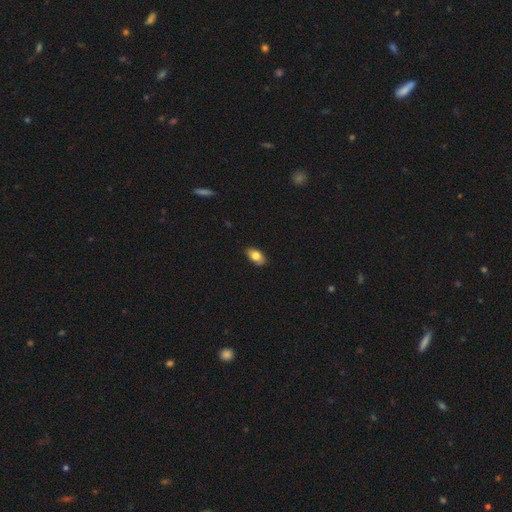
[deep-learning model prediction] Q: Smooth or featured?
A: smooth (79%); runner-up: featured or disk (14%)
Q: How rounded?
A: in between (91%); runner-up: round (6%)
Q: Merging?
A: none (87%); runner-up: minor disturbance (11%)